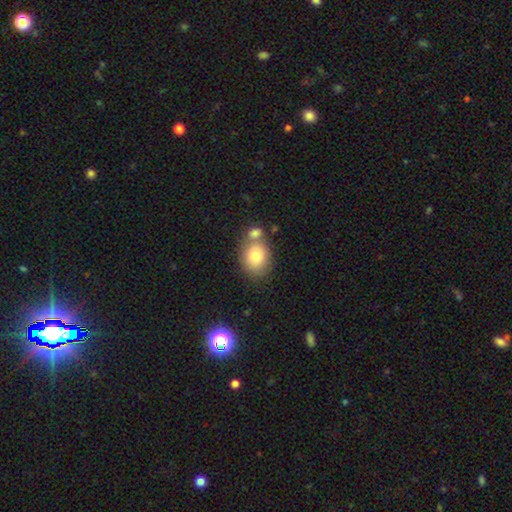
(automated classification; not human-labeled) smooth-or-featured: smooth: 78% | featured or disk: 14% | star or artifact: 9%
  how-rounded: round: 52% | in between: 47% | cigar-shaped: 1%
  merging: none: 52% | merger: 32% | minor disturbance: 12% | major disturbance: 4%